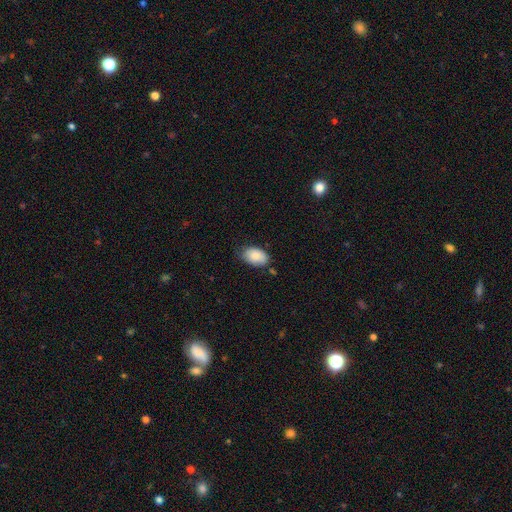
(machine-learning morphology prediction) type=smooth (86%); roundness=in between (90%); merging=none (67%).